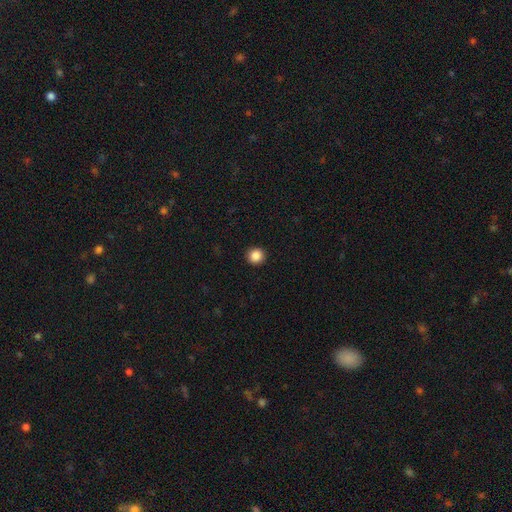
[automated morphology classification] This appears to be a smooth galaxy with no disk features (87%) that is round (94%). Merging: none (94%).